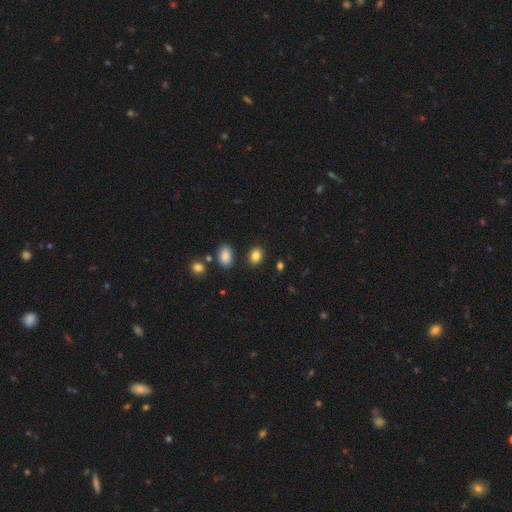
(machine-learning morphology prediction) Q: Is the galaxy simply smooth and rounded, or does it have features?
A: smooth — 84%.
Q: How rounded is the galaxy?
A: in between — 60%.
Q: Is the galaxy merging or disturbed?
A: none — 84%.